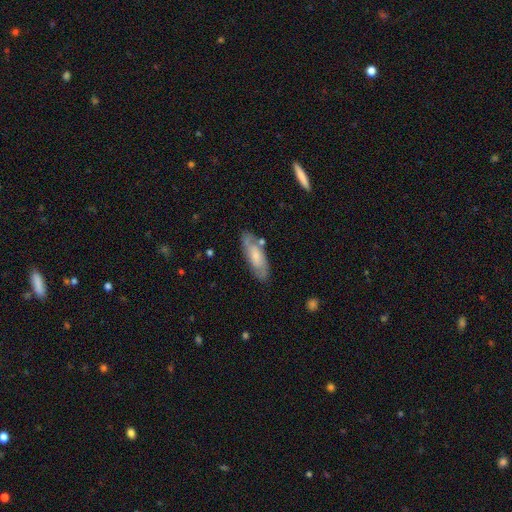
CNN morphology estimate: A smooth galaxy with no disk features (53%) that is in between round and cigar-shaped (61%). Merging: none (74%).